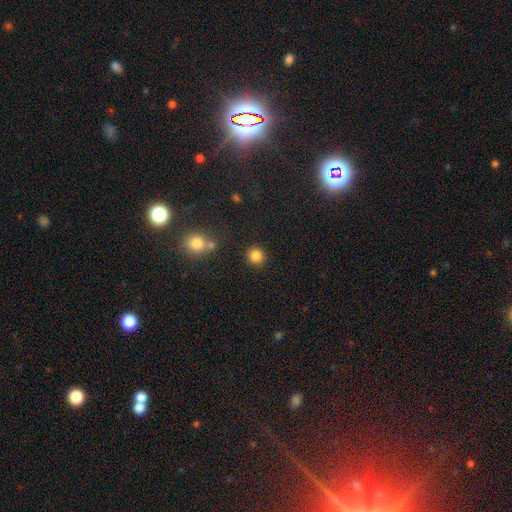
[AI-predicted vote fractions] Overall: smooth (85%). How rounded: round (92%). Merging: none (88%).